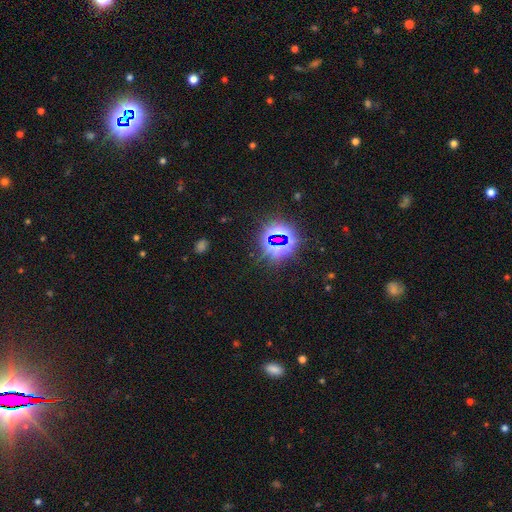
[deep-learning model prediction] A star or artifact, not a galaxy (80%).